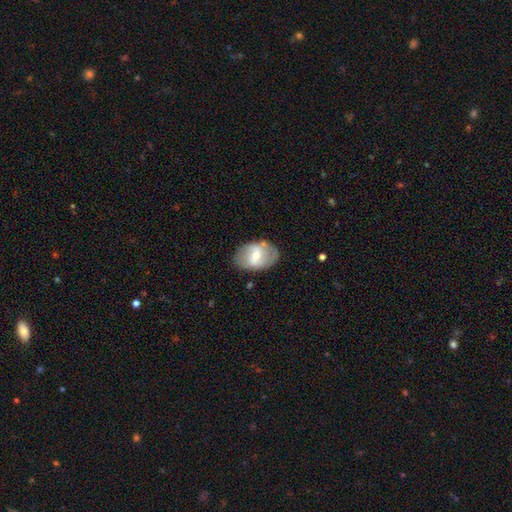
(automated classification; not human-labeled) Overall: featured or disk (60%; smooth 34%). Edge-on disk: no (94%). Bar: weak (47%; strong 36%). Spiral arms: yes (60%; no 40%). Bulge size: moderate (48%; small 46%). Merging: none (76%).